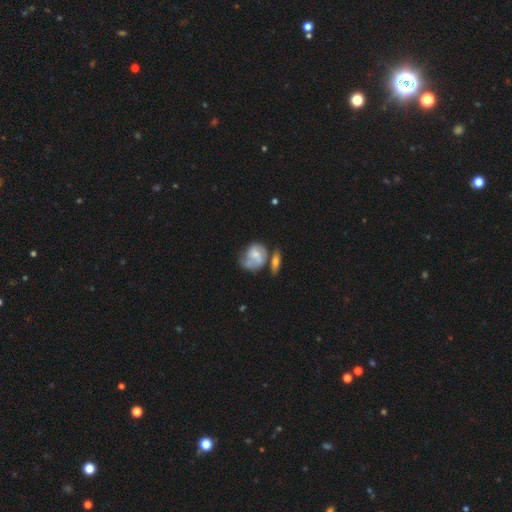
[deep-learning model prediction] This appears to be a featured or disk galaxy (53%) with no bar (64%), spiral arms (62%) and a small central bulge (48%). Merging: merger (35%).